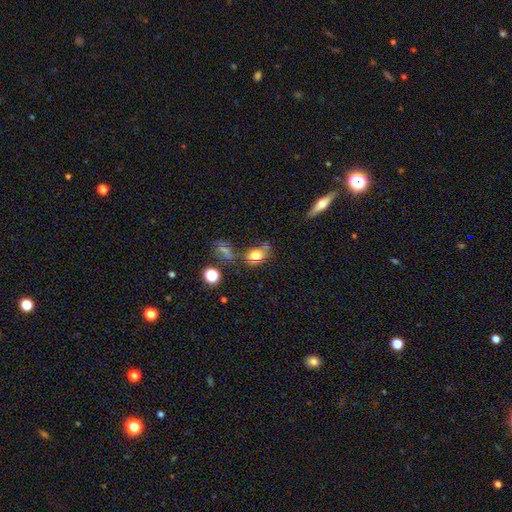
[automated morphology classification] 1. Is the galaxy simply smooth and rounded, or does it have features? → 73% smooth, 15% star or artifact, 12% featured or disk.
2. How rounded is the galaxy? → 71% in between, 26% round, 2% cigar-shaped.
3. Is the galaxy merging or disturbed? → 61% none, 18% minor disturbance, 13% merger, 7% major disturbance.